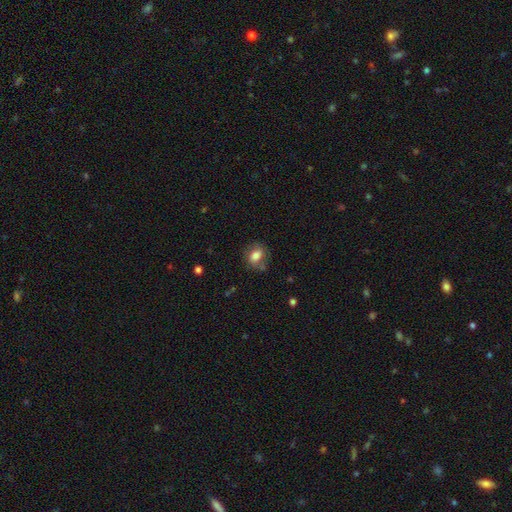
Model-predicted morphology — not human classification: Smooth or featured: smooth — 75% (featured or disk — 16%)
How rounded: in between — 63% (round — 36%)
Merging: none — 67% (minor disturbance — 21%)